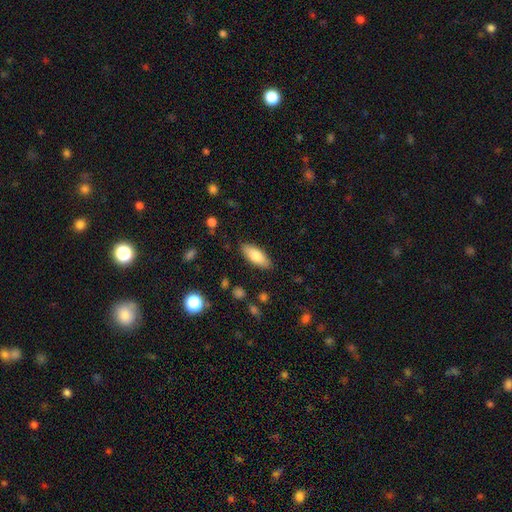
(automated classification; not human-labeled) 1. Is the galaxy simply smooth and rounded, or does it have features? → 78% smooth, 16% featured or disk, 6% star or artifact.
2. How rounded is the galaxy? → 75% in between, 23% cigar-shaped, 2% round.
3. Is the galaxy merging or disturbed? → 86% none, 10% minor disturbance, 2% major disturbance, 1% merger.